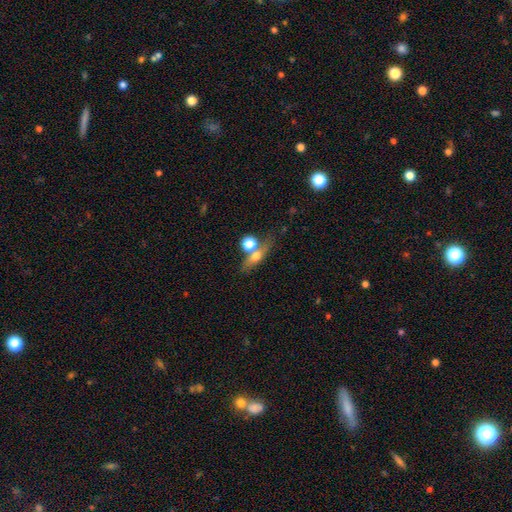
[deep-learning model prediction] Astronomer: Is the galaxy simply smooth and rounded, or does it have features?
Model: smooth — 55% (runner-up: featured or disk, 34%).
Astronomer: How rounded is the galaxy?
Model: in between — 42% (runner-up: round, 29%).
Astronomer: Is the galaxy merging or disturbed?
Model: none — 47% (runner-up: merger, 34%).